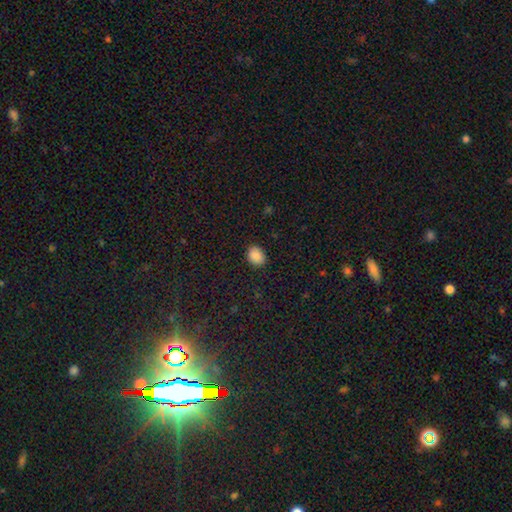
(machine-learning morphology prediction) Smooth or featured?
  - smooth: 89% *
  - star or artifact: 9%
  - featured or disk: 3%
How rounded?
  - in between: 61% *
  - round: 38%
  - cigar-shaped: 1%
Merging?
  - none: 88% *
  - minor disturbance: 9%
  - major disturbance: 2%
  - merger: 1%